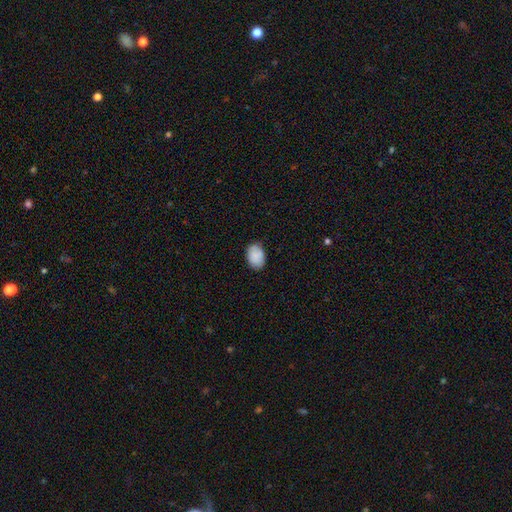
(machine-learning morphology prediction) smooth 88%, star or artifact 7%, featured or disk 5%. Down the decision tree: how rounded — in between (83%); merging — none (82%).